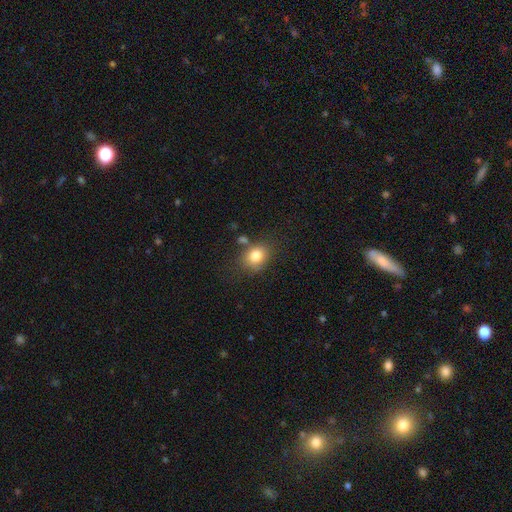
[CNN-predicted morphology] The model was most divided on "how rounded": round: 59%, in between: 40%, cigar-shaped: 1%. More confident: smooth or featured — smooth (81%); merging — none (67%).